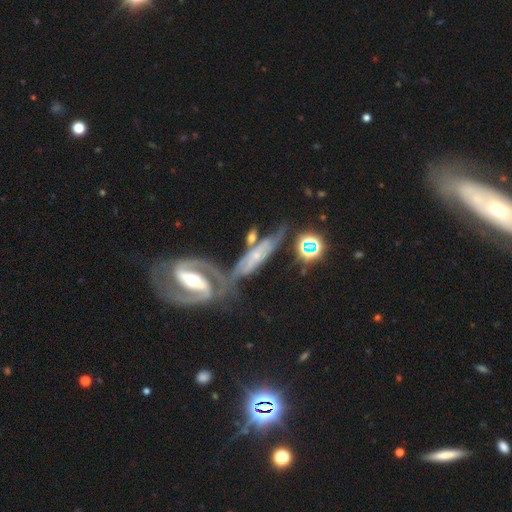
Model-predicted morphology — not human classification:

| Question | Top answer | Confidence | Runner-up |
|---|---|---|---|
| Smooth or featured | featured or disk | 76% | smooth (16%) |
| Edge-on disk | no | 71% | yes (29%) |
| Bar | no | 36% | weak (35%) |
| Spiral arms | yes | 87% | no (13%) |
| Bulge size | small | 60% | moderate (31%) |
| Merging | none | 43% | merger (29%) |